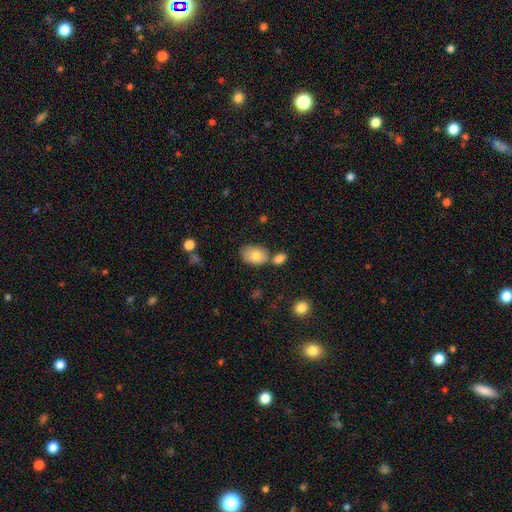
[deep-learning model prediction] A smooth galaxy with no disk features (81%) that is in between round and cigar-shaped (82%). Merging: none (57%).